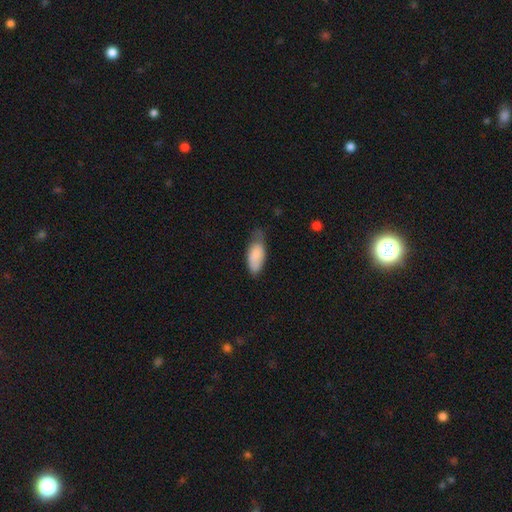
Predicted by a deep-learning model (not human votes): Smooth or featured? smooth (83%)
How rounded? in between (87%)
Merging? minor disturbance (43%, tied with none)